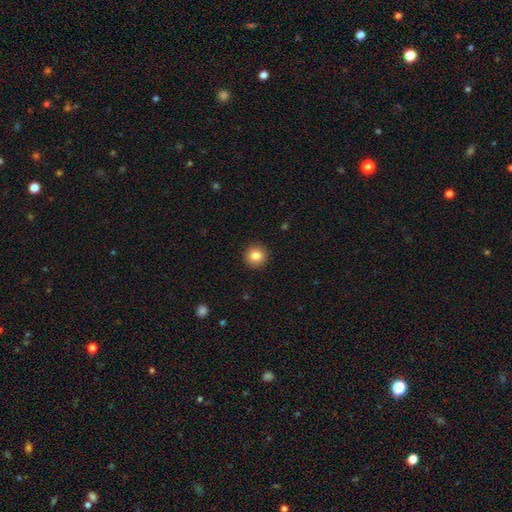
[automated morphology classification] Q: Smooth or featured?
A: smooth (84%); runner-up: star or artifact (10%)
Q: How rounded?
A: round (94%); runner-up: in between (5%)
Q: Merging?
A: none (92%); runner-up: minor disturbance (5%)